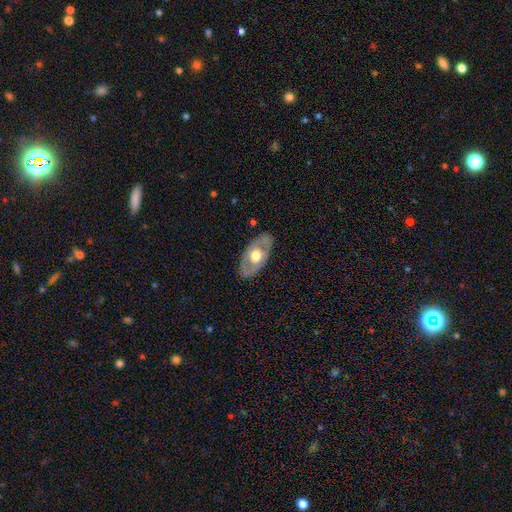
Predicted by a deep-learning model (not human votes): featured or disk 56%, smooth 40%, star or artifact 5%. Down the decision tree: edge-on disk — no (83%); merging — none (82%).